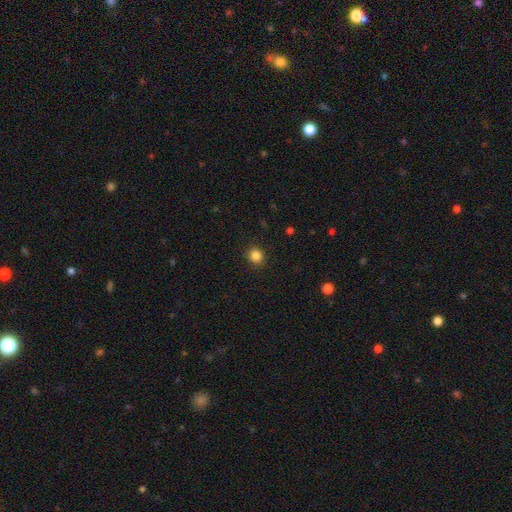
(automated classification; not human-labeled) smooth 85%, star or artifact 11%, featured or disk 4%. Down the decision tree: how rounded — round (81%); merging — none (90%).